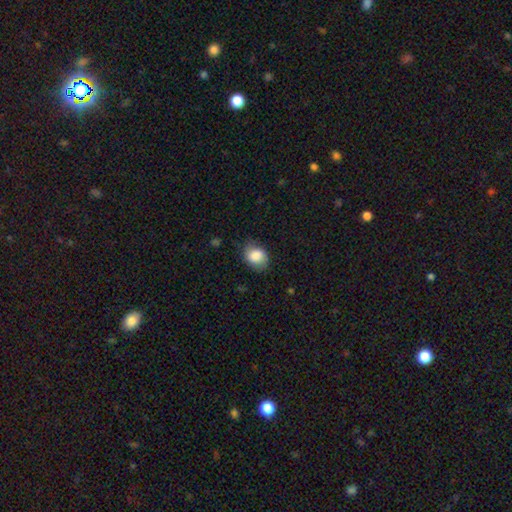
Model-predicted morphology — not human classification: Q: Smooth or featured?
A: smooth (81%); runner-up: featured or disk (11%)
Q: How rounded?
A: in between (57%); runner-up: round (42%)
Q: Merging?
A: none (67%); runner-up: minor disturbance (25%)